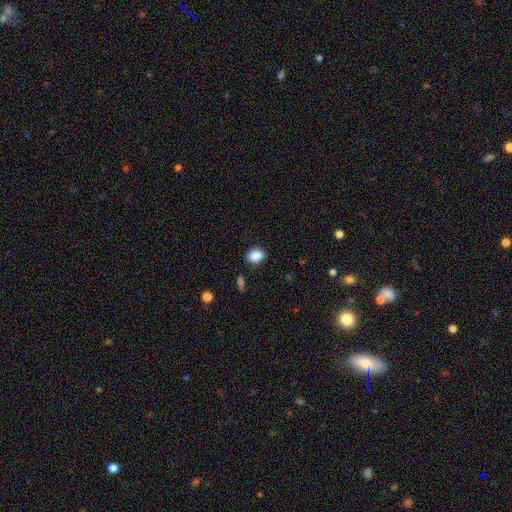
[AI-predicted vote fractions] smooth_or_featured: smooth (p=0.88) [alt: star or artifact p=0.08]
how_rounded: in between (p=0.73) [alt: round p=0.25]
merging: none (p=0.83) [alt: minor disturbance p=0.12]